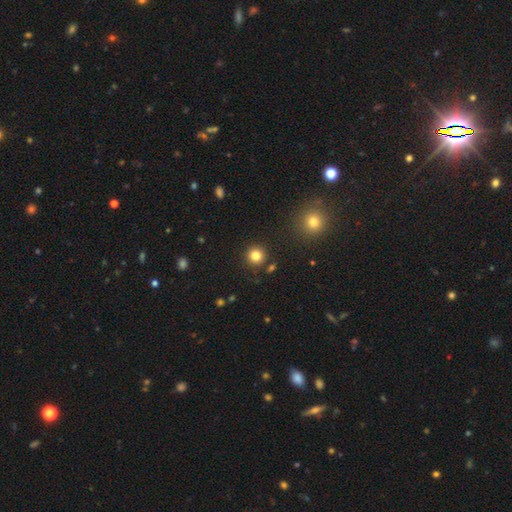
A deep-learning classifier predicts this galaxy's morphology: The model was most divided on "smooth or featured": smooth: 82%, star or artifact: 13%, featured or disk: 6%. More confident: how rounded — round (93%); merging — none (89%).